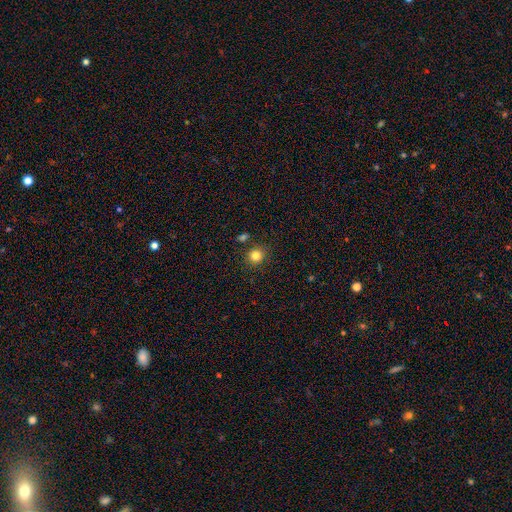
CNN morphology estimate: A smooth galaxy with no disk features (83%) that is round (88%). Merging: none (83%).